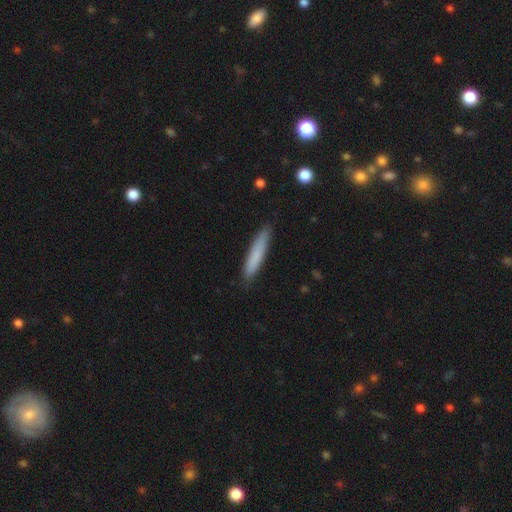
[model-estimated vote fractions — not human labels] This is likely a smooth galaxy (79%). How rounded: clearly cigar-shaped (91%). Merging: clearly none (88%).